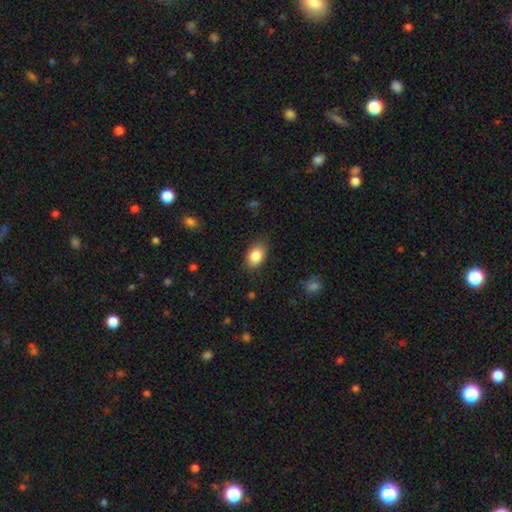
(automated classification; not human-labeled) Morphology: type=smooth (86%); roundness=in between (86%); merging=none (81%).